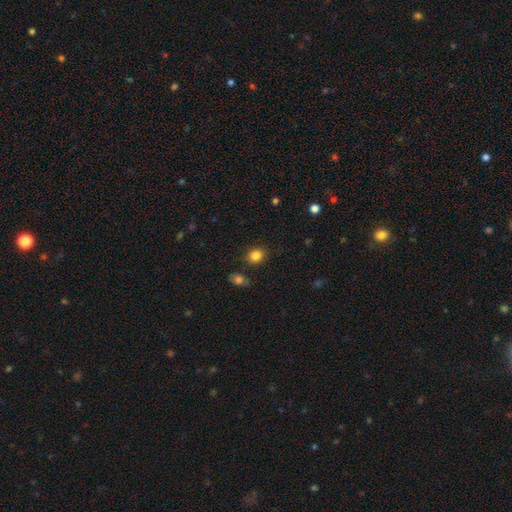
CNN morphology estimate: Smooth or featured? smooth (84%)
How rounded? round (69%)
Merging? none (84%)